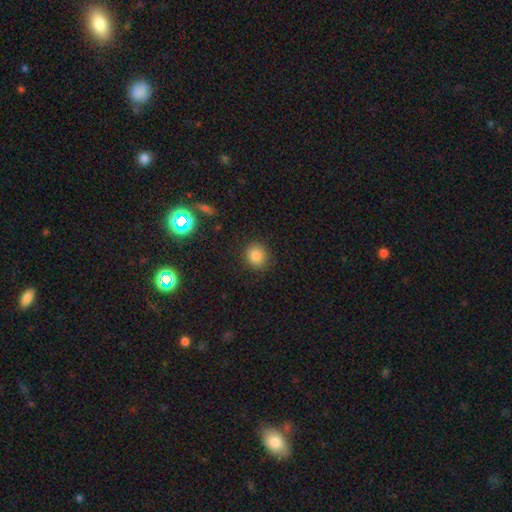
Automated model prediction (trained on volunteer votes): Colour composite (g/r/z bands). It shows a smooth galaxy with no disk features (82%) that is round (81%). Merging: none (87%).